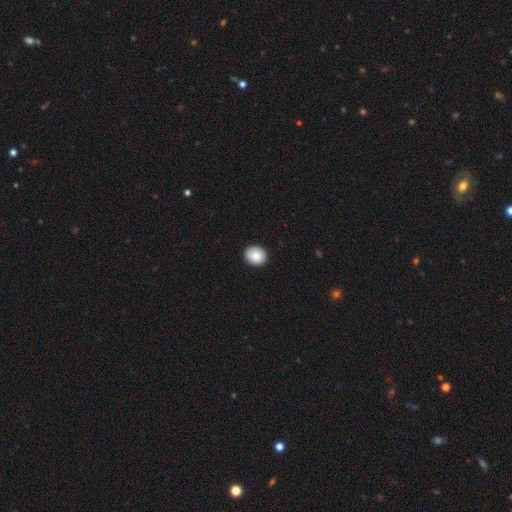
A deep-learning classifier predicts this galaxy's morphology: Smooth or featured? Predicted: smooth (p=0.87). How rounded? Predicted: round (p=0.68). Merging? Predicted: none (p=0.91).